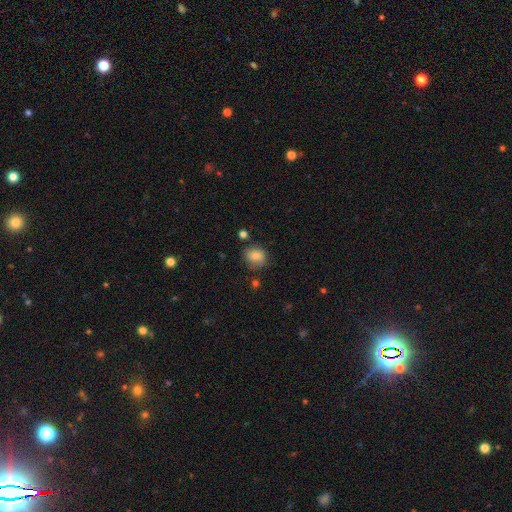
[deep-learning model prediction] Smooth or featured?
  - smooth: 78% *
  - featured or disk: 12%
  - star or artifact: 10%
How rounded?
  - round: 66% *
  - in between: 33%
  - cigar-shaped: 1%
Merging?
  - none: 74% *
  - minor disturbance: 18%
  - major disturbance: 5%
  - merger: 4%